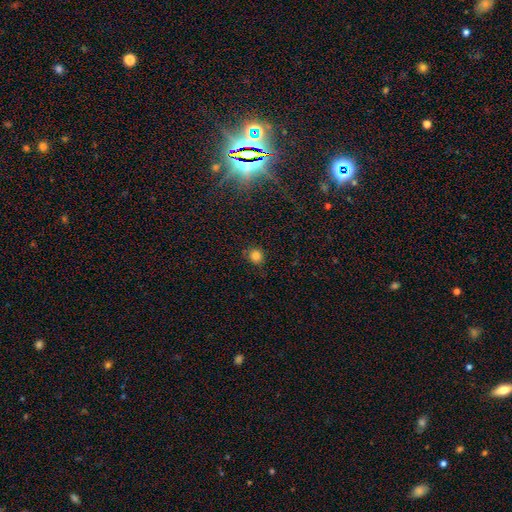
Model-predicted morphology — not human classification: A smooth galaxy with no disk features (81%) that is round (85%). Merging: none (81%).